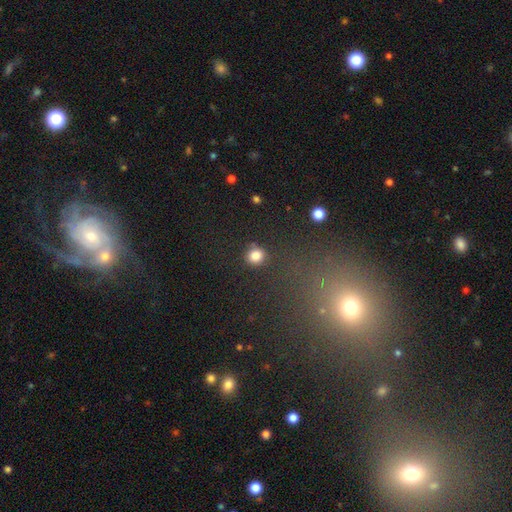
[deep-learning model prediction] Smooth or featured?
  - smooth: 83% *
  - star or artifact: 12%
  - featured or disk: 5%
How rounded?
  - round: 86% *
  - in between: 13%
  - cigar-shaped: 1%
Merging?
  - none: 84% *
  - minor disturbance: 10%
  - major disturbance: 4%
  - merger: 3%